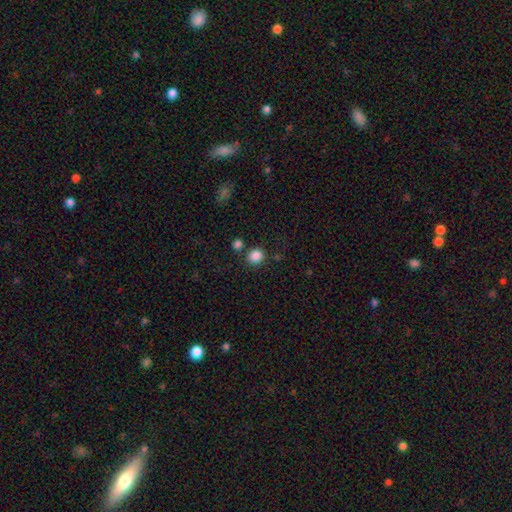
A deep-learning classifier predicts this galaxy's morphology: Smooth or featured?
  - smooth: 86% *
  - star or artifact: 11%
  - featured or disk: 3%
How rounded?
  - round: 81% *
  - in between: 18%
  - cigar-shaped: 1%
Merging?
  - none: 78% *
  - minor disturbance: 9%
  - merger: 9%
  - major disturbance: 3%